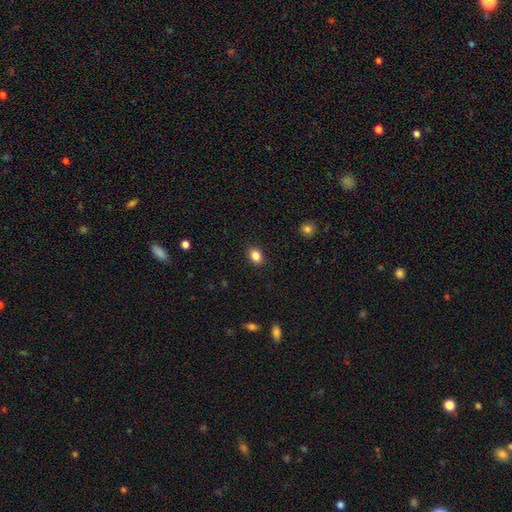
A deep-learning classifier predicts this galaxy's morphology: Smooth or featured?
  - smooth: 86% *
  - star or artifact: 9%
  - featured or disk: 5%
How rounded?
  - in between: 76% *
  - round: 23%
  - cigar-shaped: 1%
Merging?
  - none: 89% *
  - minor disturbance: 8%
  - major disturbance: 2%
  - merger: 1%